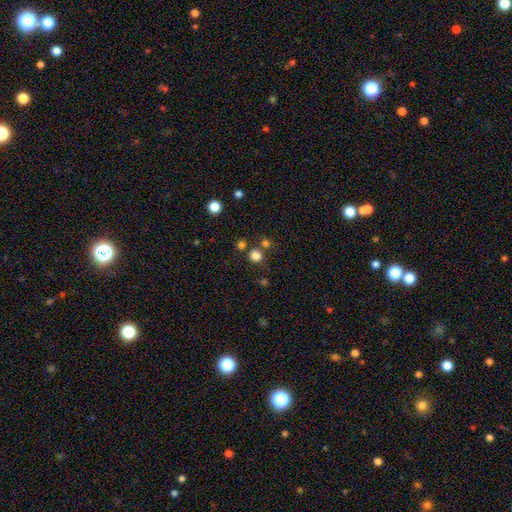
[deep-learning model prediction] Overall: smooth (78%). How rounded: round (87%). Merging: none (72%).